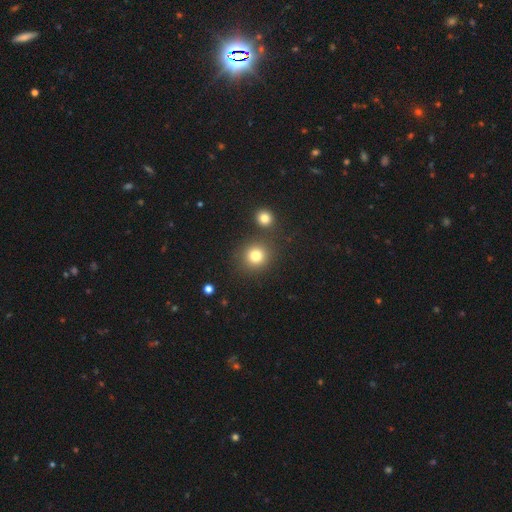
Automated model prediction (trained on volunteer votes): This is likely a smooth galaxy (79%). How rounded: clearly round (90%). Merging: clearly none (81%).